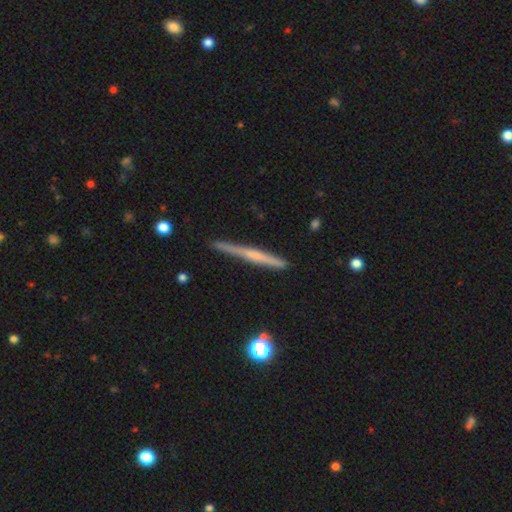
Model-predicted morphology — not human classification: Q: Smooth or featured?
A: featured or disk (56%); runner-up: smooth (38%)
Q: Edge-on disk?
A: yes (97%); runner-up: no (3%)
Q: Edge-on bulge?
A: none (57%); runner-up: rounded (33%)
Q: Merging?
A: none (87%); runner-up: minor disturbance (9%)